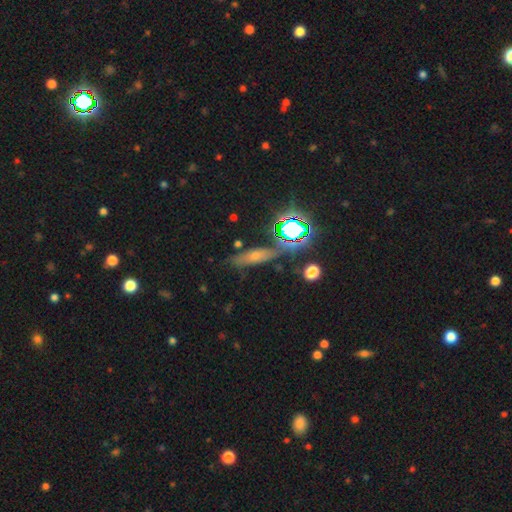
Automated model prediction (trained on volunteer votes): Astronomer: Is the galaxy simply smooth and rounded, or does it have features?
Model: smooth — 35% (runner-up: star or artifact, 34%).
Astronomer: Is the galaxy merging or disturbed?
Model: none — 76%.